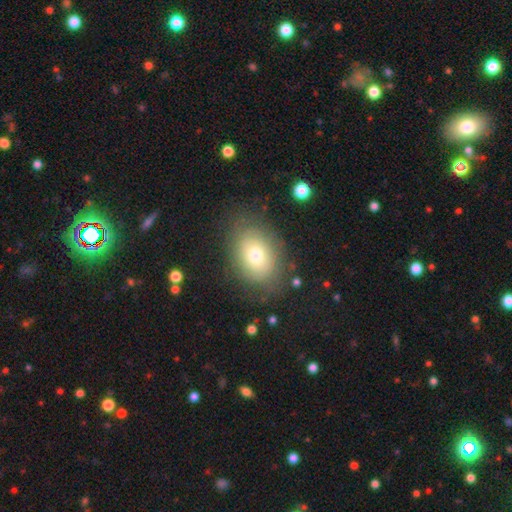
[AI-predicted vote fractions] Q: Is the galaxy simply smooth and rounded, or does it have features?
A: smooth — 66%.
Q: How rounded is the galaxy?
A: in between — 71%.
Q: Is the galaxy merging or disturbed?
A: none — 76%.